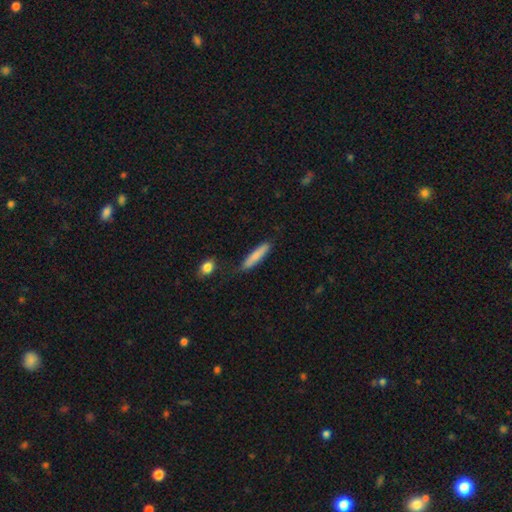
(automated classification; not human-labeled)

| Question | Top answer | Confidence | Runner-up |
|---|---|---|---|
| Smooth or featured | smooth | 80% | featured or disk (14%) |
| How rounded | cigar-shaped | 88% | in between (10%) |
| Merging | none | 80% | minor disturbance (14%) |